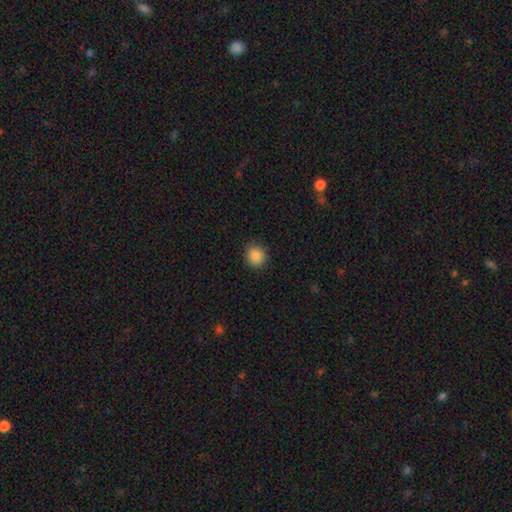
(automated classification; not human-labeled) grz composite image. It shows a smooth galaxy with no disk features (88%) that is round (81%). Merging: none (89%).